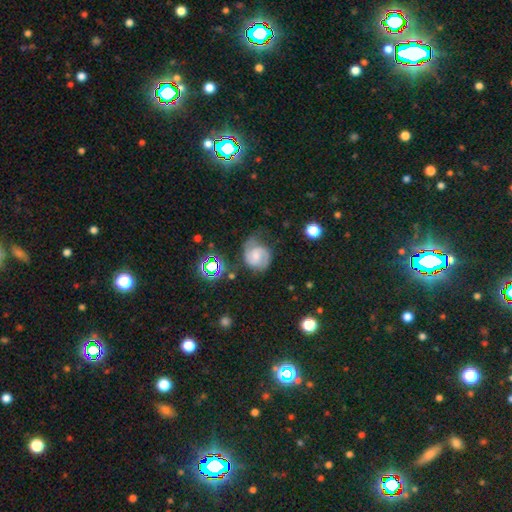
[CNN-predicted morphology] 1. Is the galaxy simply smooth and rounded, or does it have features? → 69% featured or disk, 21% smooth, 10% star or artifact.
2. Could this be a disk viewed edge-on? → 98% no, 2% yes.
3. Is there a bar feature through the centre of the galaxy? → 47% no, 43% weak, 9% strong.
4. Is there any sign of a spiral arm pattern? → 93% yes, 7% no.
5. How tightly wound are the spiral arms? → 48% medium, 36% tight, 16% loose.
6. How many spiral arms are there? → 80% 2, 10% can't tell, 6% 1, 3% 3, 1% 4, 1% more than 4.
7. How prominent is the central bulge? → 46% small, 36% moderate, 12% none, 4% large, 1% dominant.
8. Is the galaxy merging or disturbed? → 53% none, 28% minor disturbance, 16% major disturbance, 3% merger.